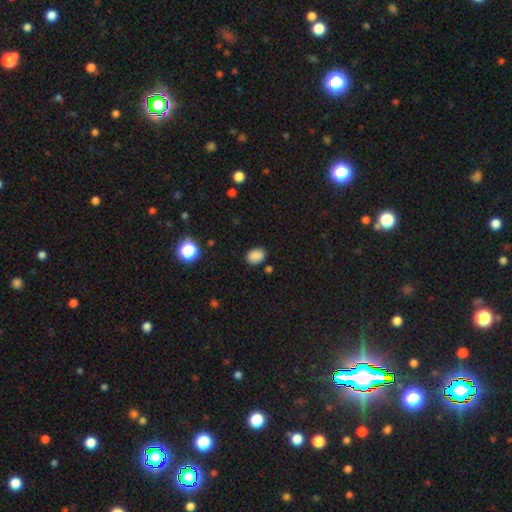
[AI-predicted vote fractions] This appears to be a smooth galaxy with no disk features (85%) that is in between round and cigar-shaped (69%). Merging: none (83%).